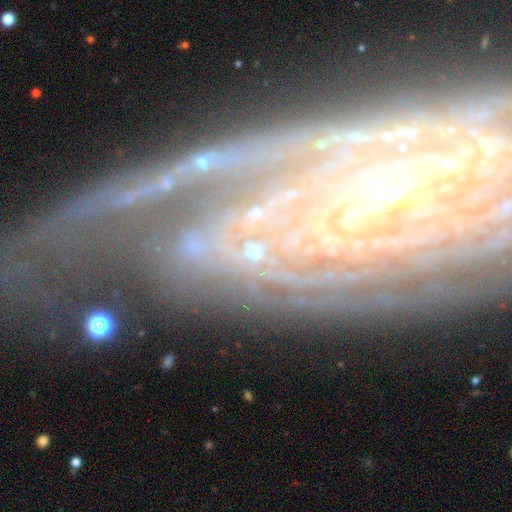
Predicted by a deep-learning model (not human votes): smooth_or_featured: featured or disk (p=0.69) [alt: star or artifact p=0.20]
disk_edge_on: no (p=0.92) [alt: yes p=0.08]
bar: no (p=0.58) [alt: weak p=0.25]
has_spiral_arms: yes (p=0.87) [alt: no p=0.13]
spiral_winding: tight (p=0.61) [alt: medium p=0.26]
spiral_arm_count: can't tell (p=0.31) [alt: 2 p=0.18]
bulge_size: small (p=0.53) [alt: moderate p=0.23]
merging: none (p=0.54) [alt: major disturbance p=0.20]